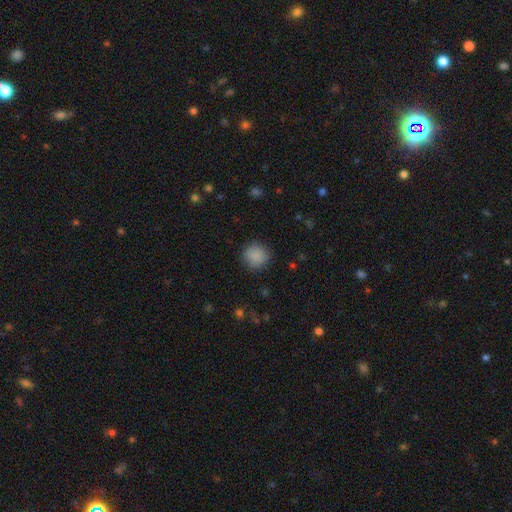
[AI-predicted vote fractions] Q: Smooth or featured?
A: smooth (87%); runner-up: star or artifact (9%)
Q: How rounded?
A: round (91%); runner-up: in between (8%)
Q: Merging?
A: none (88%); runner-up: minor disturbance (8%)